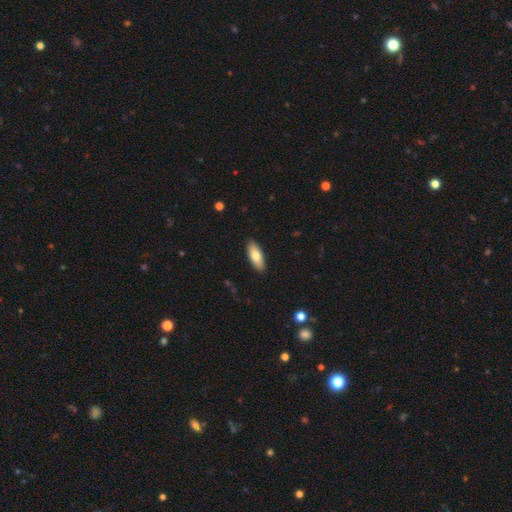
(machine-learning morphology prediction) smooth 77%, featured or disk 18%, star or artifact 6%. Down the decision tree: how rounded — in between (75%); merging — none (90%).